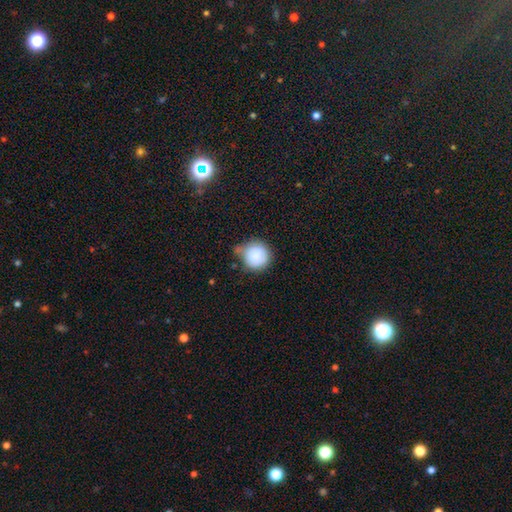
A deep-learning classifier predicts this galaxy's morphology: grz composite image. It shows a smooth galaxy with no disk features (84%) that is round (93%). Merging: none (55%).